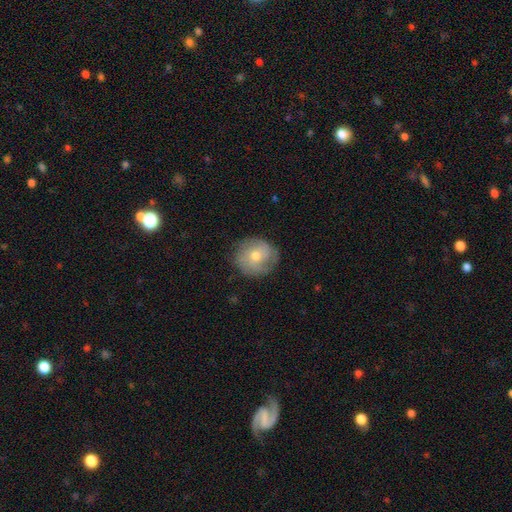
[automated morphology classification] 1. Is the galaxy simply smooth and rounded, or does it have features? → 52% featured or disk, 40% smooth, 8% star or artifact.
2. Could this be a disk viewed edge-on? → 97% no, 3% yes.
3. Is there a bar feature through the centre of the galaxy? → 76% no, 20% weak, 4% strong.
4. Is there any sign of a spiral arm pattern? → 78% yes, 22% no.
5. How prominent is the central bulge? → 61% moderate, 34% small, 3% large, 1% none, 1% dominant.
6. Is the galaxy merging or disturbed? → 79% none, 15% minor disturbance, 5% major disturbance, 1% merger.